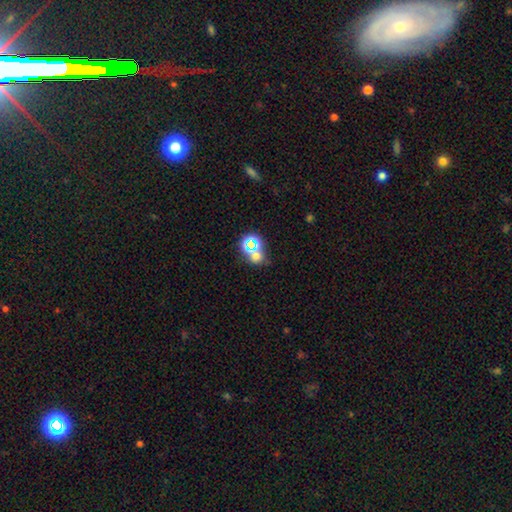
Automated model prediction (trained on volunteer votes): smooth 49%, star or artifact 39%, featured or disk 11%. Down the decision tree: merging — none (57%).